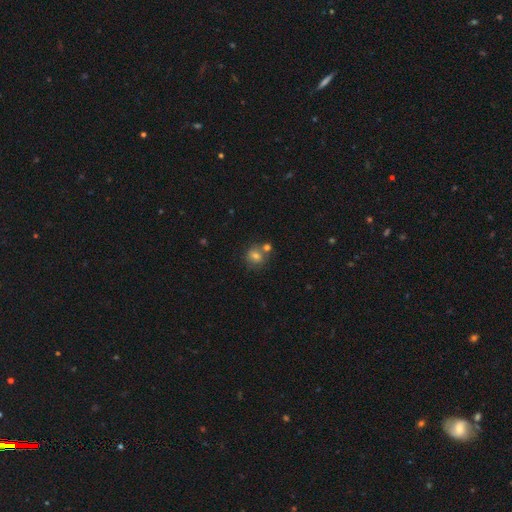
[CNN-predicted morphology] Q: Smooth or featured?
A: smooth (73%); runner-up: featured or disk (14%)
Q: How rounded?
A: round (84%); runner-up: in between (15%)
Q: Merging?
A: none (60%); runner-up: merger (25%)